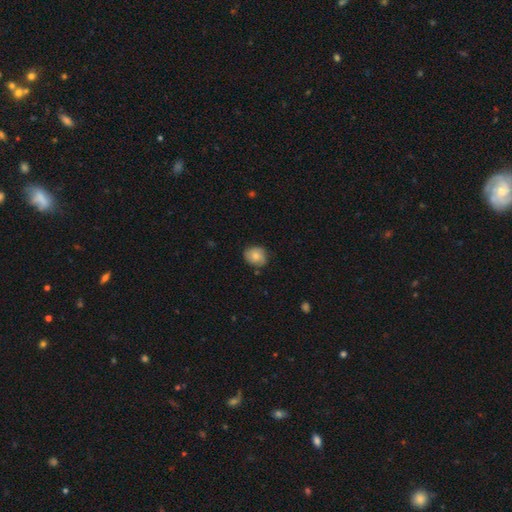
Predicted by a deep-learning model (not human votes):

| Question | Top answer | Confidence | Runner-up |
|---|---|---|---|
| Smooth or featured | smooth | 74% | featured or disk (18%) |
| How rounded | round | 63% | in between (36%) |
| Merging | none | 76% | minor disturbance (19%) |